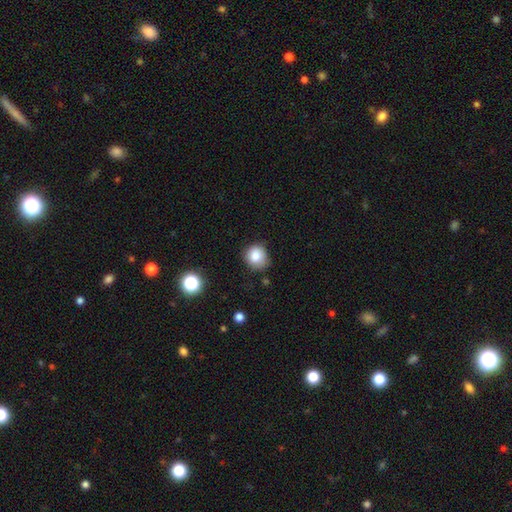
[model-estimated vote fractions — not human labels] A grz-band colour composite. It shows a smooth galaxy with no disk features (83%) that is round (82%). Merging: none (72%).